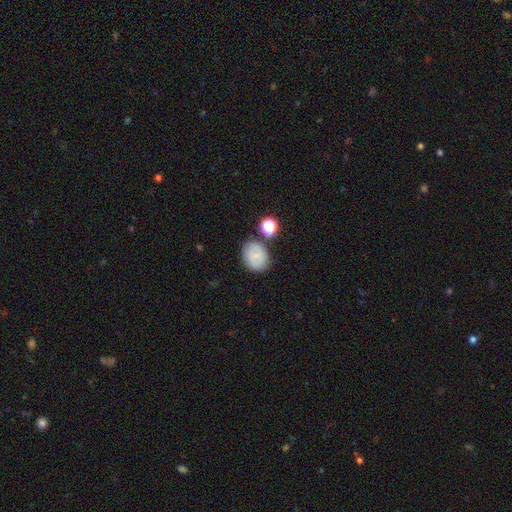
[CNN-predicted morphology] A smooth galaxy with no disk features (61%) that is in between round and cigar-shaped (51%).

Vote fractions:
- Smooth or featured? smooth: 61% / featured or disk: 27% / star or artifact: 12%
- How rounded? in between: 51% / round: 48% / cigar-shaped: 1%
- Merging? none: 71% / minor disturbance: 16% / merger: 8% / major disturbance: 5%